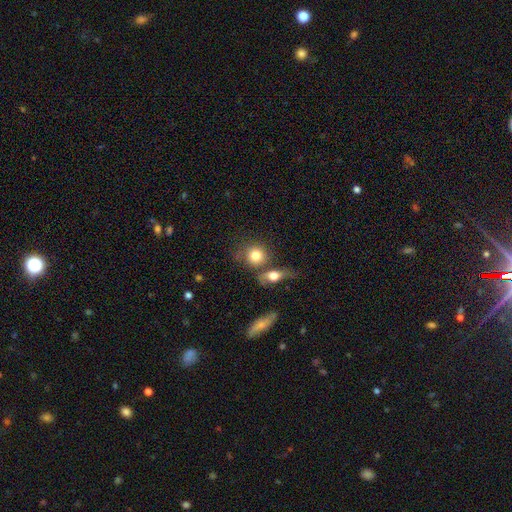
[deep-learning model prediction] Smooth or featured? smooth (78%)
How rounded? round (82%)
Merging? none (55%)